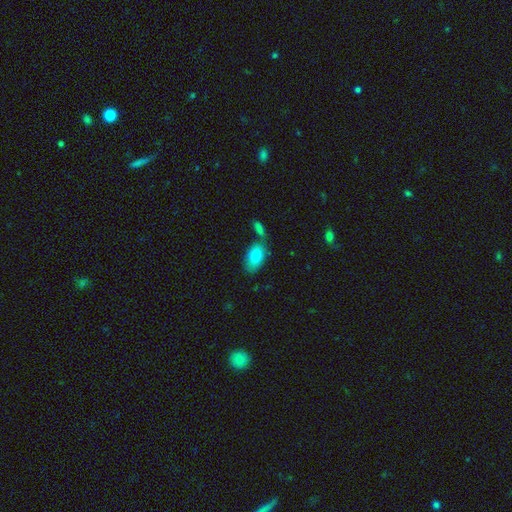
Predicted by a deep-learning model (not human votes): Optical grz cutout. It shows a smooth galaxy with no disk features (80%) that is in between round and cigar-shaped (92%). Merging: none (64%).